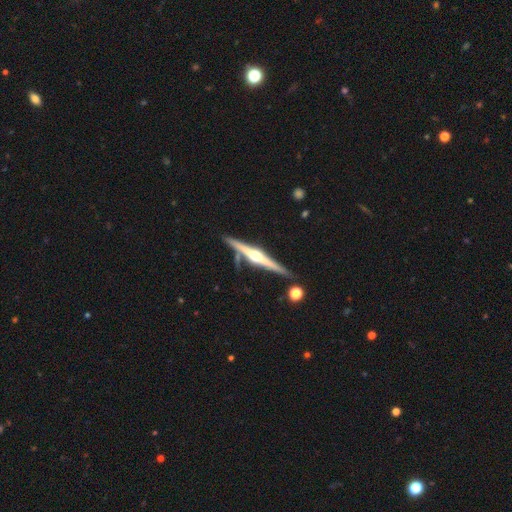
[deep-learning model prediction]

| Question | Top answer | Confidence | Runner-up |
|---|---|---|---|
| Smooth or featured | featured or disk | 81% | smooth (14%) |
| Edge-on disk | yes | 98% | no (2%) |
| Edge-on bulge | rounded | 94% | boxy (4%) |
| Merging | none | 84% | minor disturbance (9%) |